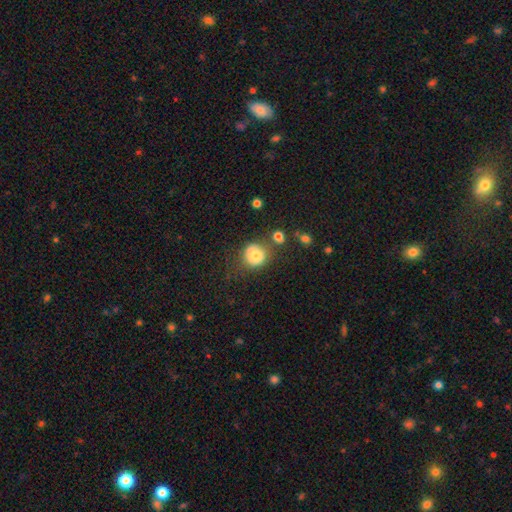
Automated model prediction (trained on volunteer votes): Q: Smooth or featured?
A: smooth (69%); runner-up: featured or disk (21%)
Q: How rounded?
A: round (83%); runner-up: in between (16%)
Q: Merging?
A: none (52%); runner-up: minor disturbance (24%)